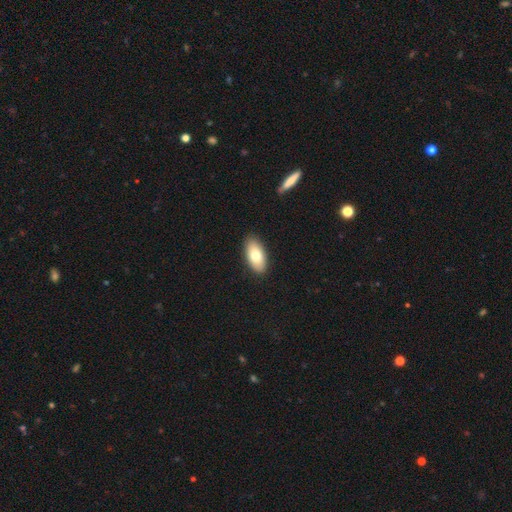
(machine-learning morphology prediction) This is likely a smooth galaxy (77%). How rounded: clearly in between (92%). Merging: clearly none (90%).